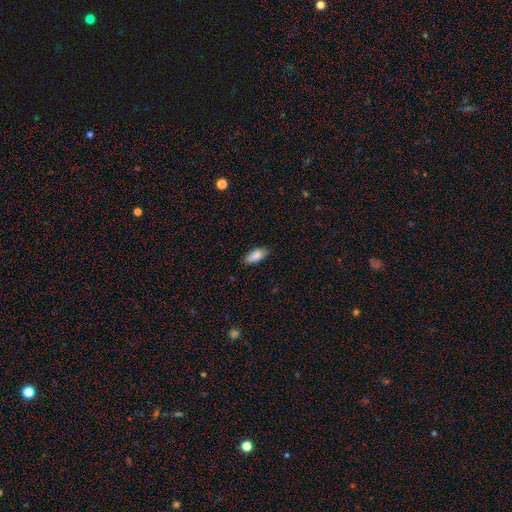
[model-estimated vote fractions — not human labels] A smooth galaxy with no disk features (87%) that is in between round and cigar-shaped (86%). Merging: none (84%).